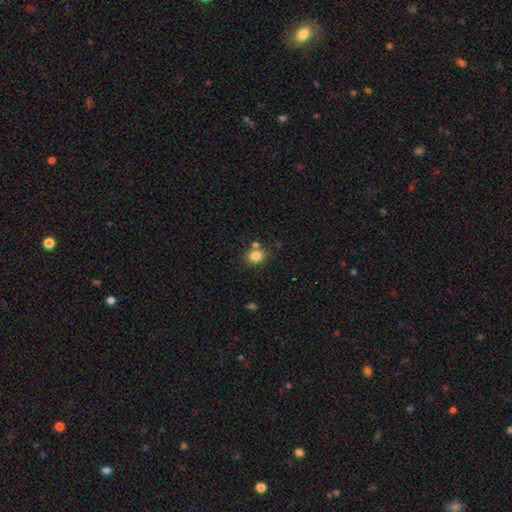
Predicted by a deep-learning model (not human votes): A smooth galaxy with no disk features (82%) that is round (59%). Merging: none (67%).